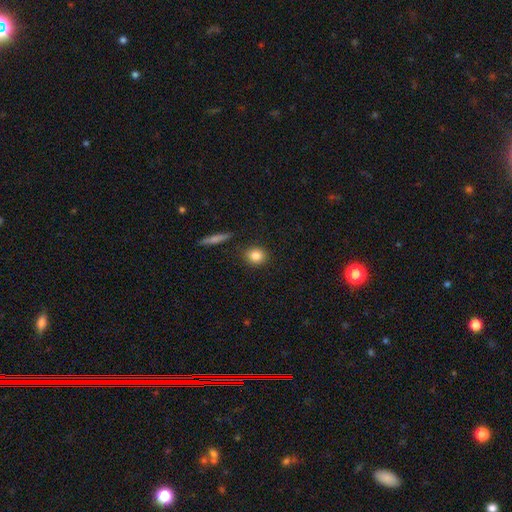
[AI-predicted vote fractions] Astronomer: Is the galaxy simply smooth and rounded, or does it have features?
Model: smooth — 84%.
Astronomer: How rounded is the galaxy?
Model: round — 78%.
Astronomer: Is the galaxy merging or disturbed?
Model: none — 88%.